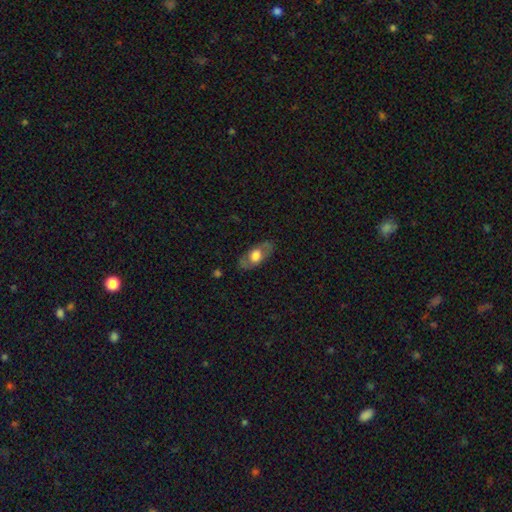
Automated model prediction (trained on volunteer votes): The model was most divided on "smooth or featured": smooth: 51%, featured or disk: 42%, star or artifact: 6%. More confident: how rounded — in between (83%); merging — none (79%).